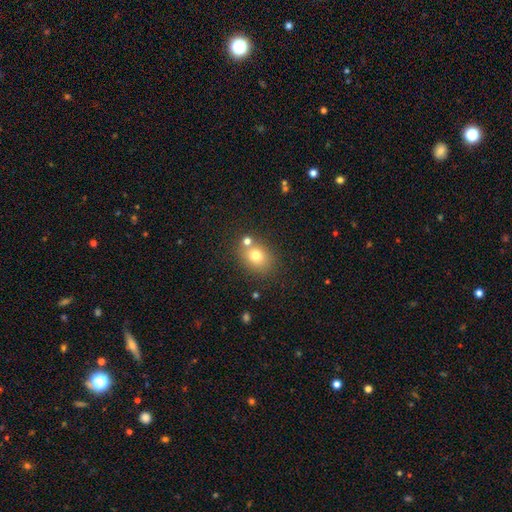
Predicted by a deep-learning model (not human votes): Overall: smooth (74%). How rounded: round (55%; in between 44%). Merging: none (67%).